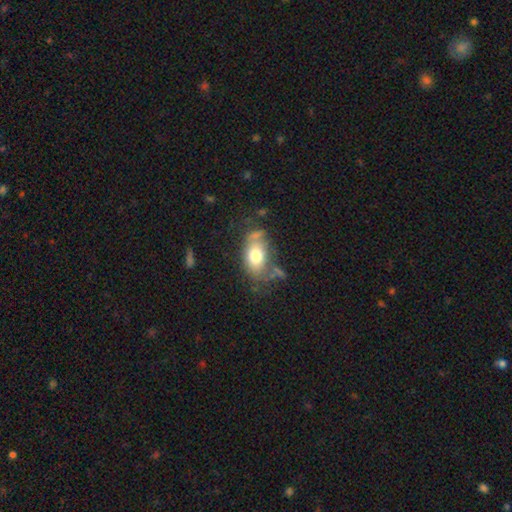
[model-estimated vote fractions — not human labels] Smooth or featured?
  - smooth: 72% *
  - featured or disk: 20%
  - star or artifact: 8%
How rounded?
  - in between: 86% *
  - round: 12%
  - cigar-shaped: 3%
Merging?
  - none: 51% *
  - minor disturbance: 26%
  - major disturbance: 13%
  - merger: 10%